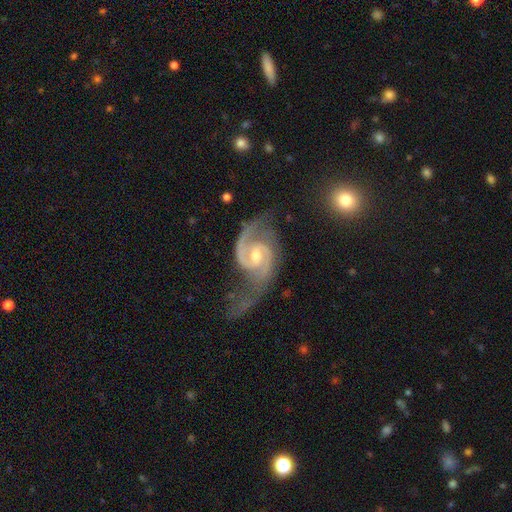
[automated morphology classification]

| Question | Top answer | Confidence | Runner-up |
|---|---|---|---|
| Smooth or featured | featured or disk | 93% | star or artifact (4%) |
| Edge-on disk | no | 98% | yes (2%) |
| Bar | weak | 49% | no (37%) |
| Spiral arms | yes | 98% | no (2%) |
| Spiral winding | medium | 59% | tight (22%) |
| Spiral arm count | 2 | 92% | can't tell (2%) |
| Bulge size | moderate | 57% | small (37%) |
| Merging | none | 52% | minor disturbance (22%) |